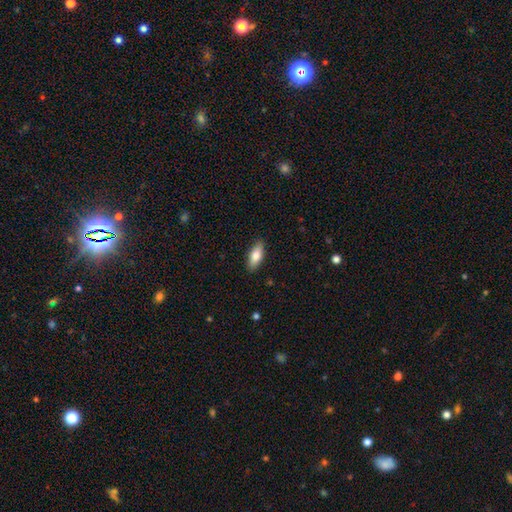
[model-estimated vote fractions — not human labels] A smooth galaxy with no disk features (80%) that is in between round and cigar-shaped (79%). Merging: none (88%).